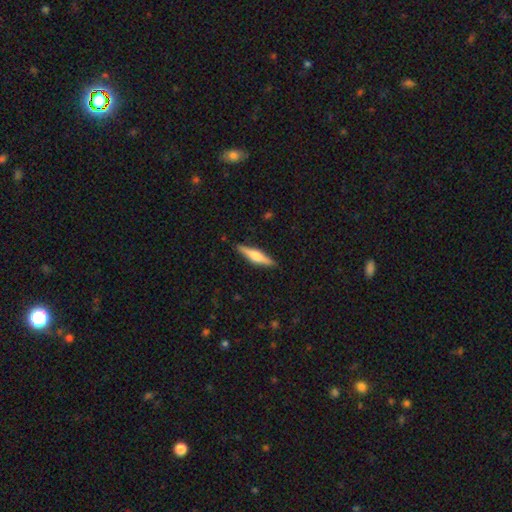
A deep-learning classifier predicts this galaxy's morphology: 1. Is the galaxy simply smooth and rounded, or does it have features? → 57% featured or disk, 38% smooth, 6% star or artifact.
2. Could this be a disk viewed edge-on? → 96% yes, 4% no.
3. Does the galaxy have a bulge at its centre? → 86% rounded, 9% boxy, 4% none.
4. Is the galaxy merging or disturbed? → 89% none, 8% minor disturbance, 2% major disturbance, 1% merger.